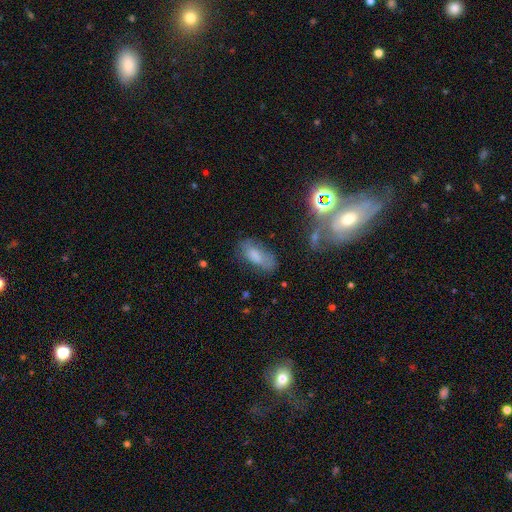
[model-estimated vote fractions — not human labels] smooth_or_featured: smooth (p=0.71) [alt: featured or disk p=0.19]
how_rounded: in between (p=0.85) [alt: cigar-shaped p=0.12]
merging: none (p=0.52) [alt: minor disturbance p=0.28]